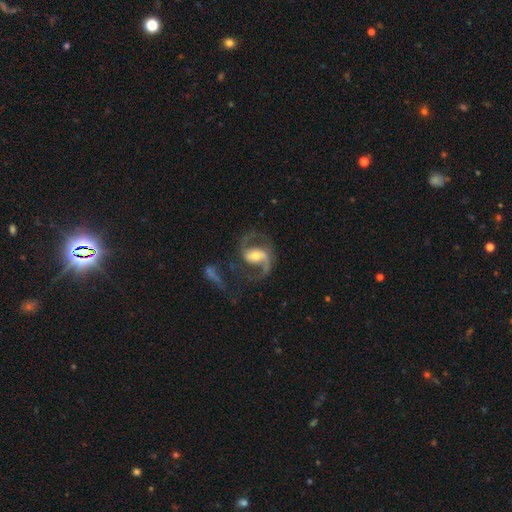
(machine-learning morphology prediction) Overall: featured or disk (89%). Edge-on disk: no (98%). Bar: weak (42%; strong 33%). Spiral arms: yes (96%). Spiral arm count: 2 (90%). Spiral winding: medium (53%; loose 37%). Bulge size: moderate (60%; small 30%). Merging: none (61%).